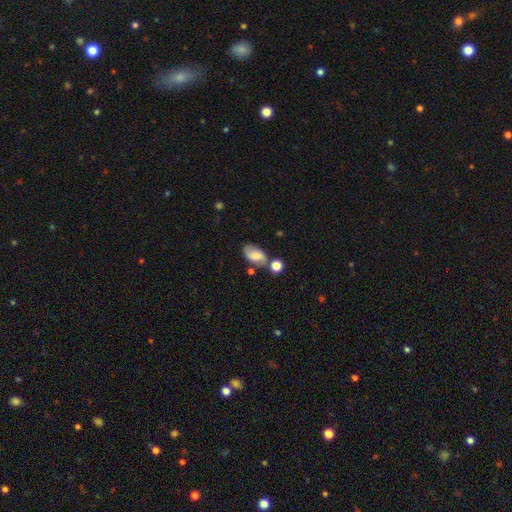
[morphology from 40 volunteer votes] This appears to be a smooth galaxy with no disk features (52%) that is in between round and cigar-shaped (90%). Merging: none (54%).